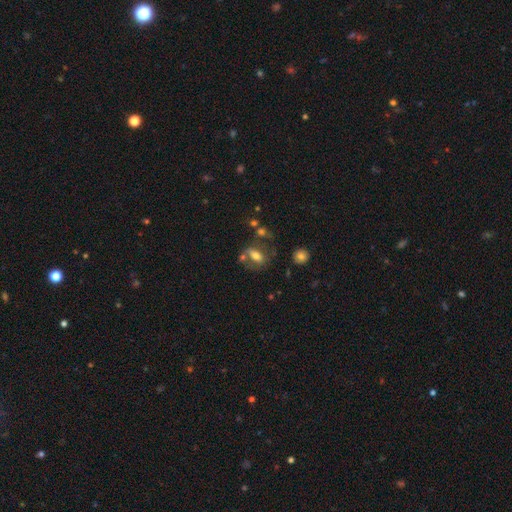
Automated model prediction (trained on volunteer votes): This is possibly a smooth galaxy (57%). How rounded: likely in between (75%). Merging: possibly none (51%).